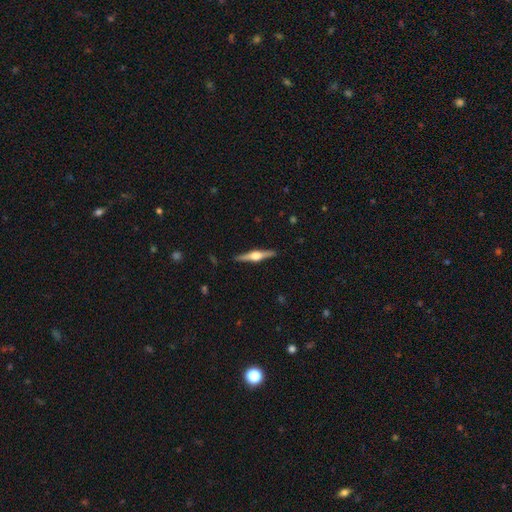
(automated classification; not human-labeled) Smooth or featured? Predicted: featured or disk (p=0.79). Edge-on disk? Predicted: yes (p=0.98). Edge-on bulge? Predicted: rounded (p=0.93). Merging? Predicted: none (p=0.90).